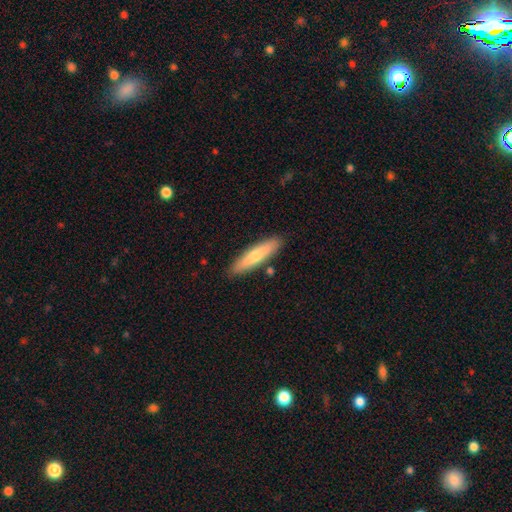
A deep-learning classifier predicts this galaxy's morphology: Smooth or featured? Predicted: smooth (p=0.63). How rounded? Predicted: cigar-shaped (p=0.80). Merging? Predicted: none (p=0.85).